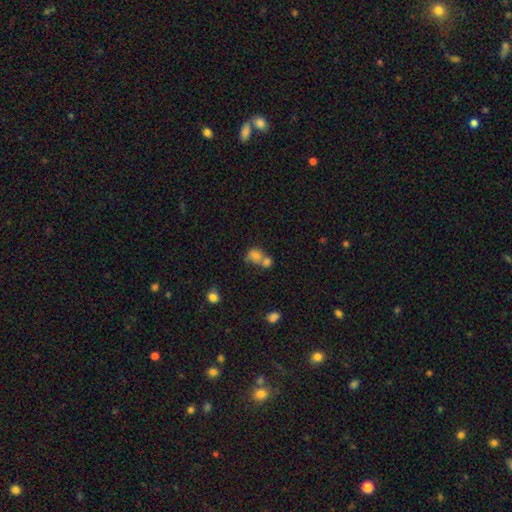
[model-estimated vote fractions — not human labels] smooth-or-featured: smooth: 72% | featured or disk: 16% | star or artifact: 12%
  how-rounded: round: 57% | in between: 42% | cigar-shaped: 1%
  merging: merger: 62% | none: 24% | minor disturbance: 9% | major disturbance: 5%